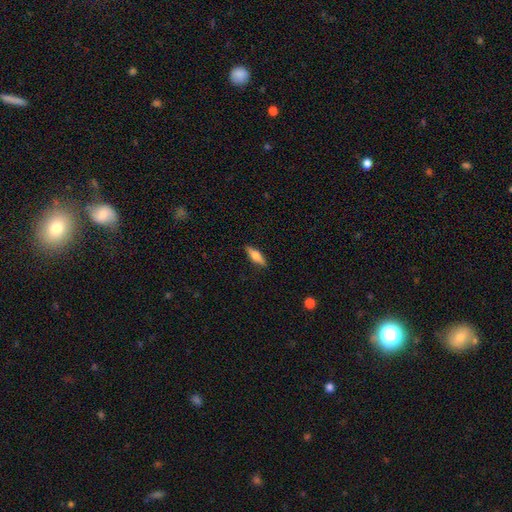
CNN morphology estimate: This is possibly a smooth galaxy (56%). How rounded: possibly cigar-shaped (53%). Merging: clearly none (88%).